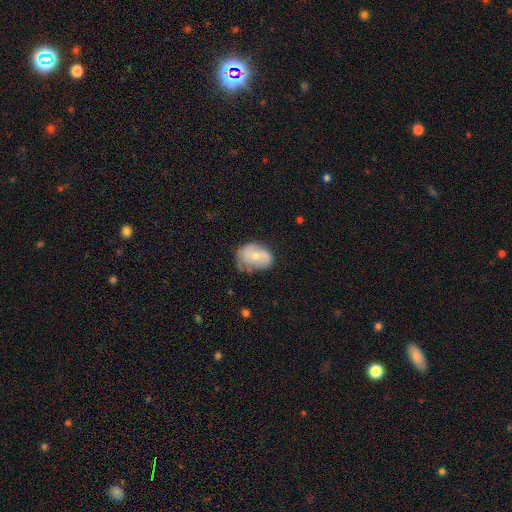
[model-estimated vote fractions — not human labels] smooth-or-featured: smooth: 55% | featured or disk: 38% | star or artifact: 7%
  how-rounded: in between: 69% | round: 30% | cigar-shaped: 1%
  merging: none: 47% | minor disturbance: 37% | major disturbance: 13% | merger: 3%